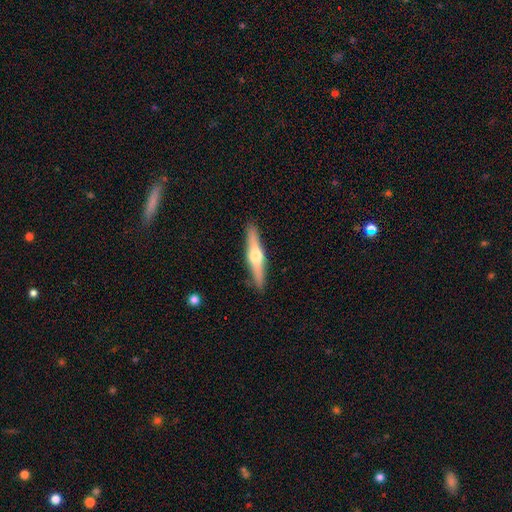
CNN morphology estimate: Overall: featured or disk (62%; smooth 33%). Edge-on disk: yes (96%). Edge-on bulge: rounded (94%). Merging: none (90%).